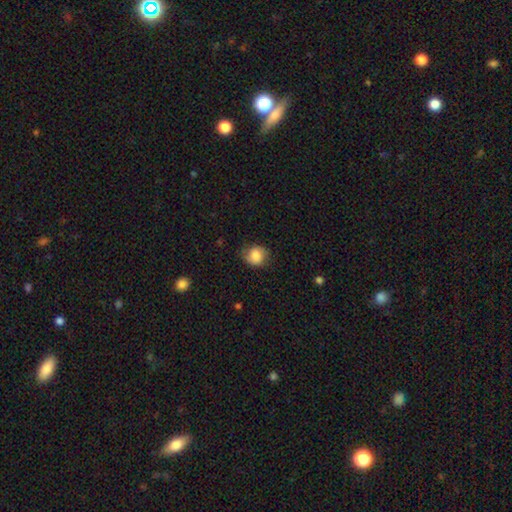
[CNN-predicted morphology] This is likely a smooth galaxy (78%). How rounded: likely round (70%). Merging: likely none (70%).